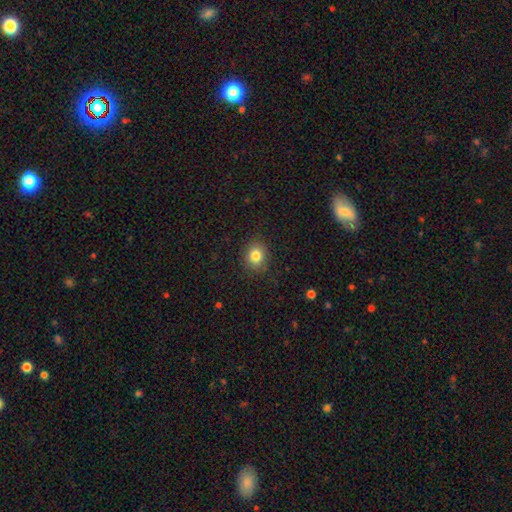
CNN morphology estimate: A smooth galaxy with no disk features (83%) that is round (72%).

Vote fractions:
- Smooth or featured? smooth: 83% / star or artifact: 11% / featured or disk: 6%
- How rounded? round: 72% / in between: 27% / cigar-shaped: 1%
- Merging? none: 87% / minor disturbance: 10% / major disturbance: 3% / merger: 1%